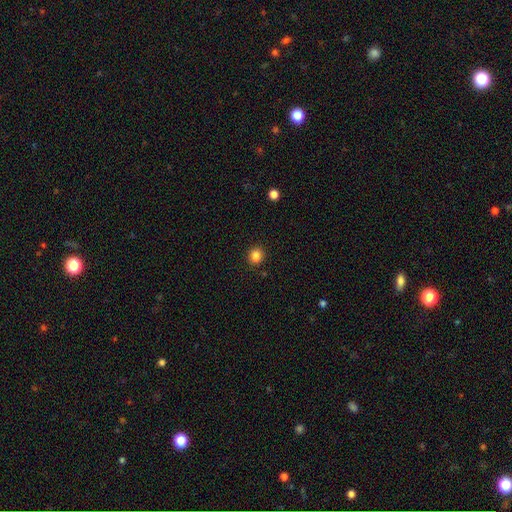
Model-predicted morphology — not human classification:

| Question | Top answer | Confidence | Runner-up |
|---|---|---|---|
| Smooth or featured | smooth | 85% | star or artifact (11%) |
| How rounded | round | 77% | in between (22%) |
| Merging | none | 90% | minor disturbance (6%) |